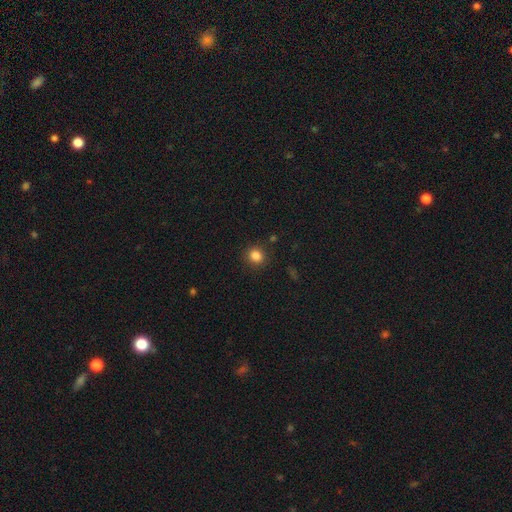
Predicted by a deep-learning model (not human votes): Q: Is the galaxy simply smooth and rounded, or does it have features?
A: smooth — 84%.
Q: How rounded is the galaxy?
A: round — 81%.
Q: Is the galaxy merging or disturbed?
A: none — 88%.